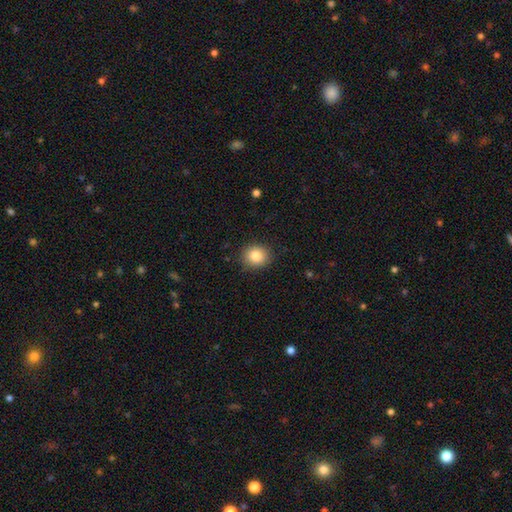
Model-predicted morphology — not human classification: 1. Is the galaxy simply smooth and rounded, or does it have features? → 83% smooth, 10% star or artifact, 7% featured or disk.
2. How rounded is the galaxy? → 82% round, 17% in between, 1% cigar-shaped.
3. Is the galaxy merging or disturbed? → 89% none, 8% minor disturbance, 2% major disturbance, 1% merger.